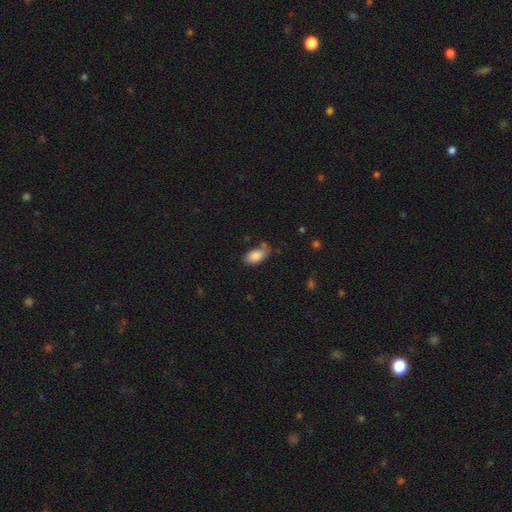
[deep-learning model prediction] Smooth or featured? smooth (86%)
How rounded? in between (94%)
Merging? none (59%)